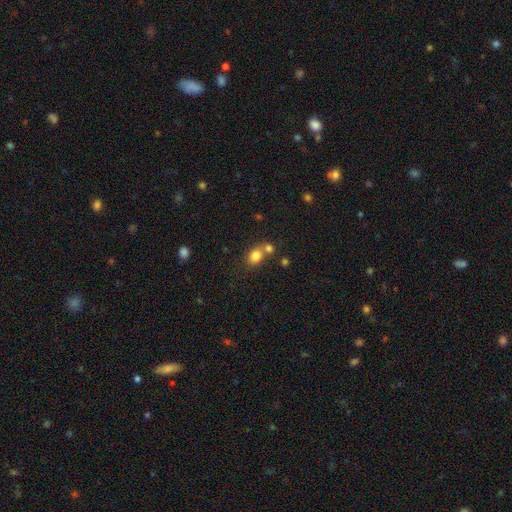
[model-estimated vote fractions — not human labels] Q: Smooth or featured?
A: smooth (81%); runner-up: star or artifact (11%)
Q: How rounded?
A: round (55%); runner-up: in between (44%)
Q: Merging?
A: none (47%); runner-up: merger (40%)